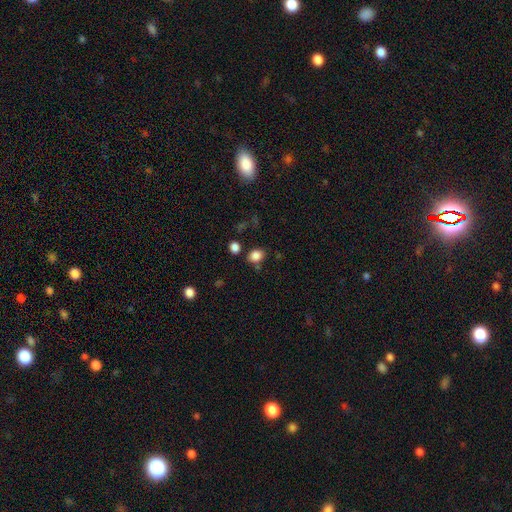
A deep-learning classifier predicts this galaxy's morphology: The model was most divided on "how rounded": in between: 51%, round: 48%, cigar-shaped: 1%. More confident: smooth or featured — smooth (85%); merging — none (76%).